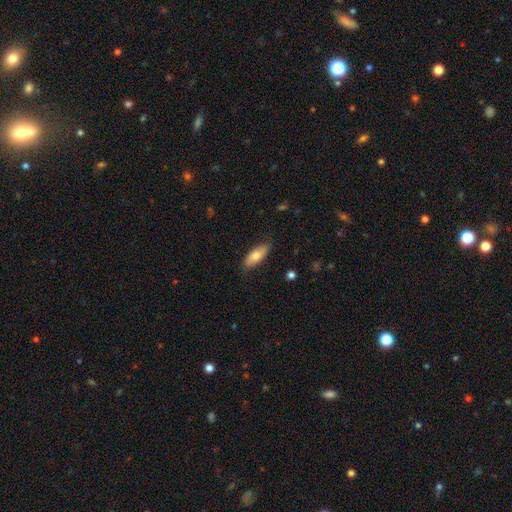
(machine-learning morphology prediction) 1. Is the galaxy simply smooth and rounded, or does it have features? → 74% smooth, 20% featured or disk, 6% star or artifact.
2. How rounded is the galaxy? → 80% in between, 18% cigar-shaped, 2% round.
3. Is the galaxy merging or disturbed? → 81% none, 15% minor disturbance, 2% major disturbance, 1% merger.